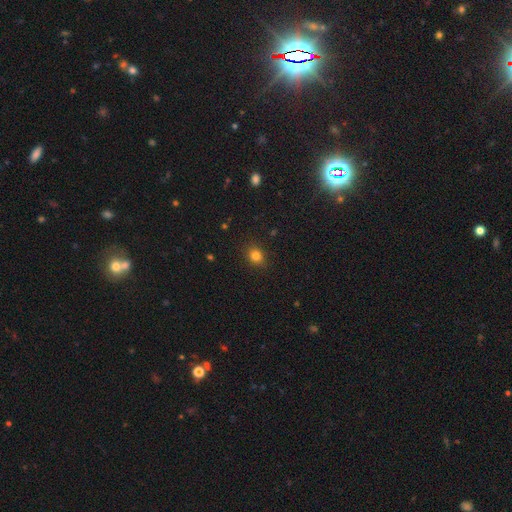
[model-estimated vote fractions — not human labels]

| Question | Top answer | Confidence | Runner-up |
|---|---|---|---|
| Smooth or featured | smooth | 82% | star or artifact (13%) |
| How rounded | round | 67% | in between (32%) |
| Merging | none | 88% | minor disturbance (8%) |